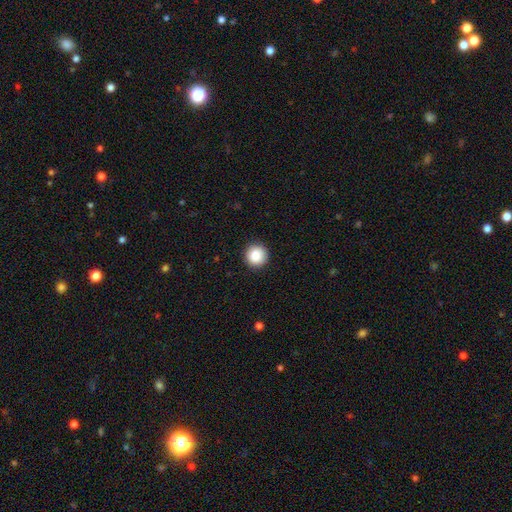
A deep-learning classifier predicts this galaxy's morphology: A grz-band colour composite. It shows a smooth galaxy with no disk features (87%) that is round (96%). Merging: none (92%).